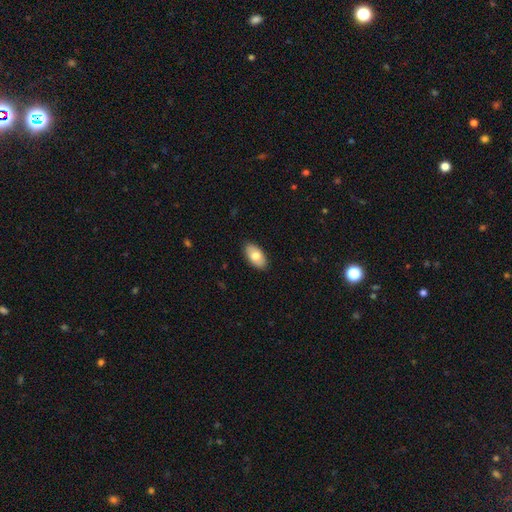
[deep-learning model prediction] Smooth or featured: smooth — 76% (featured or disk — 18%)
How rounded: in between — 95% (round — 3%)
Merging: none — 88% (minor disturbance — 10%)